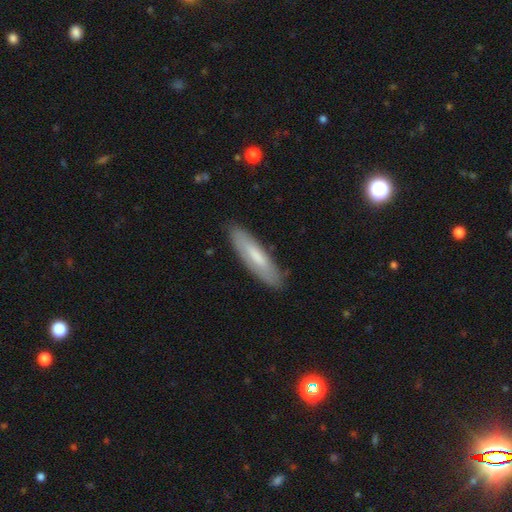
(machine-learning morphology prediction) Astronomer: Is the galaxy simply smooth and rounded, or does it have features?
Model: smooth — 62%.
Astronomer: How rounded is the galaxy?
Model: cigar-shaped — 71%.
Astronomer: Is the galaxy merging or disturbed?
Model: none — 85%.